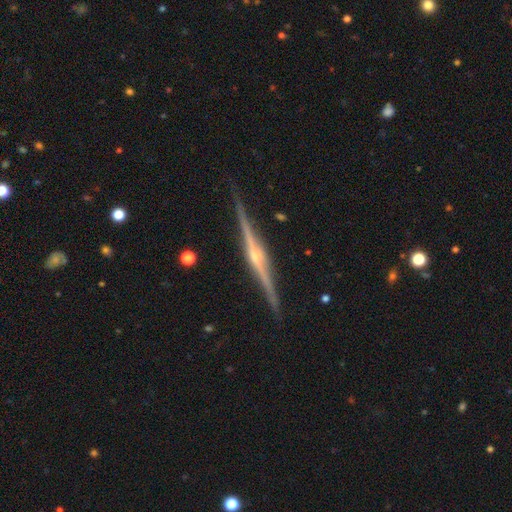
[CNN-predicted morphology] smooth_or_featured: featured or disk (p=0.89) [alt: smooth p=0.06]
disk_edge_on: yes (p=0.99) [alt: no p=0.01]
edge_on_bulge: rounded (p=0.83) [alt: boxy p=0.09]
merging: none (p=0.91) [alt: minor disturbance p=0.06]